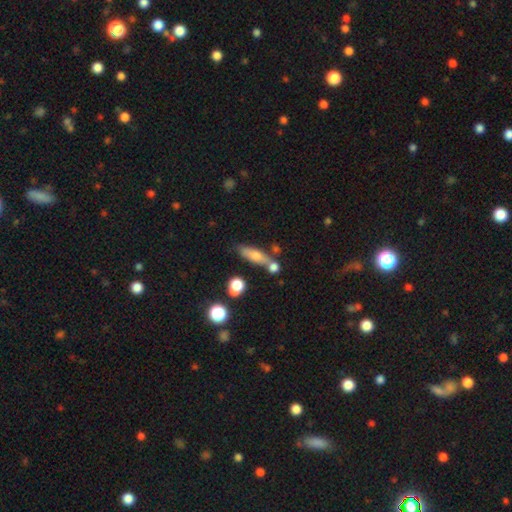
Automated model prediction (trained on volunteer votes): This appears to be a smooth galaxy with no disk features (66%) that is cigar-shaped (51%). Merging: none (54%).